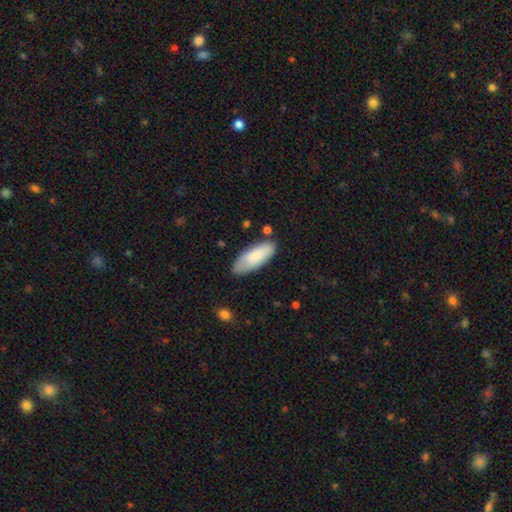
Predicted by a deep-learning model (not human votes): Morphology: type=smooth (81%); roundness=in between (76%); merging=none (75%).